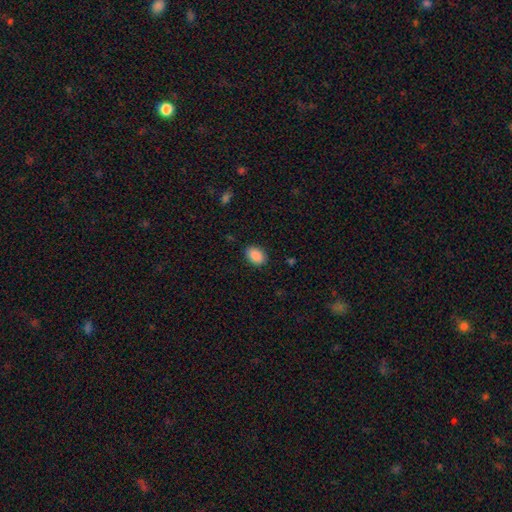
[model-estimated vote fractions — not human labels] smooth_or_featured: smooth (p=0.90) [alt: star or artifact p=0.07]
how_rounded: in between (p=0.83) [alt: round p=0.16]
merging: none (p=0.86) [alt: minor disturbance p=0.10]